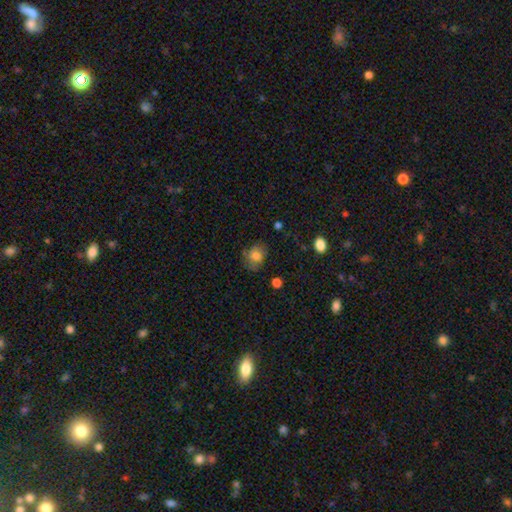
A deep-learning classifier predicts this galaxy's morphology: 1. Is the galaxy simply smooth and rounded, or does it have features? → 78% smooth, 13% featured or disk, 9% star or artifact.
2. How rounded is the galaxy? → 56% in between, 43% round, 1% cigar-shaped.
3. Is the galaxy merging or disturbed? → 66% none, 23% minor disturbance, 9% major disturbance, 2% merger.